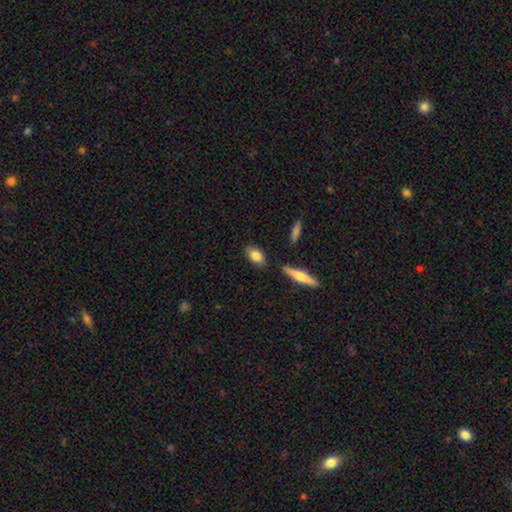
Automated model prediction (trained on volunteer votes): Overall: smooth (81%). How rounded: in between (85%). Merging: none (81%).